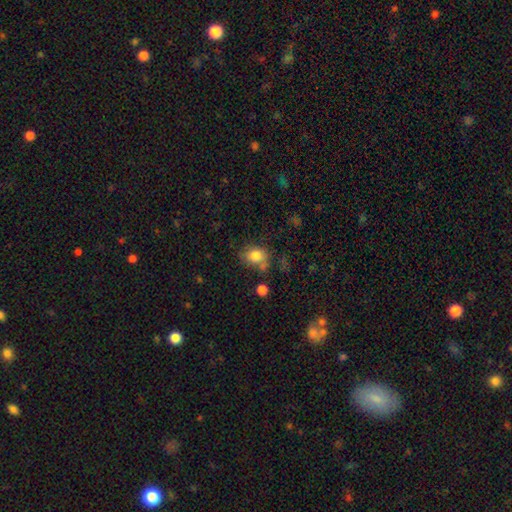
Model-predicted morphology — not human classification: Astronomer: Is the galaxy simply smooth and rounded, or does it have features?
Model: smooth — 81%.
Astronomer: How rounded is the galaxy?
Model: round — 51% (runner-up: in between, 48%).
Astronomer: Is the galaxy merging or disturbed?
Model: none — 56%.